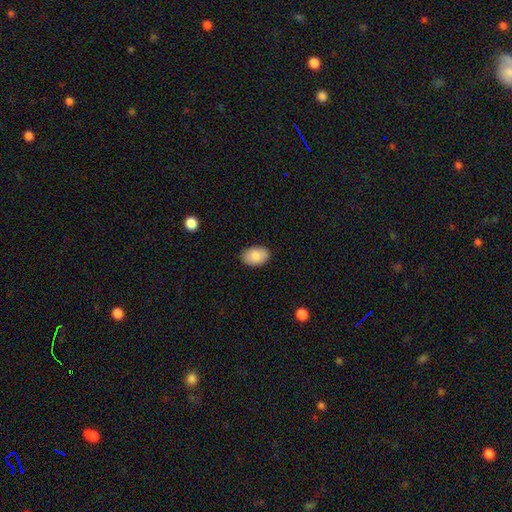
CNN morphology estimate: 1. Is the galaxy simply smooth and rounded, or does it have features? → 83% smooth, 10% featured or disk, 7% star or artifact.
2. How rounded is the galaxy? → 86% in between, 13% round, 1% cigar-shaped.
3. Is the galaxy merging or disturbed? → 87% none, 10% minor disturbance, 2% major disturbance, 1% merger.